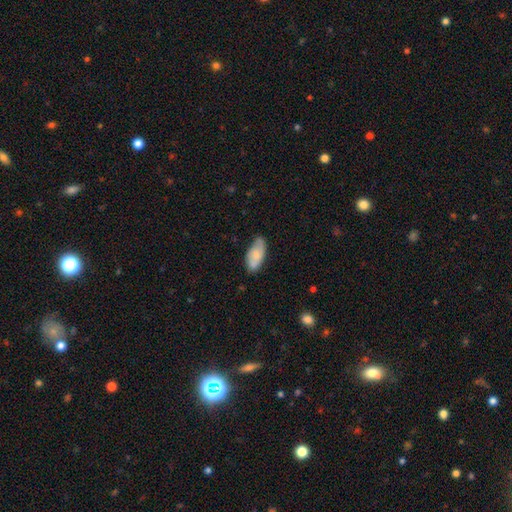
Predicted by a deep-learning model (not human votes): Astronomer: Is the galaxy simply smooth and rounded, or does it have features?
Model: smooth — 71%.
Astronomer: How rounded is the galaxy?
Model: in between — 88%.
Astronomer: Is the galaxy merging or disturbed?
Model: none — 66%.